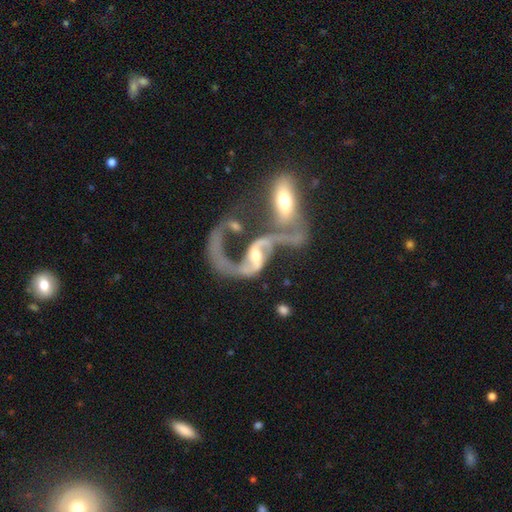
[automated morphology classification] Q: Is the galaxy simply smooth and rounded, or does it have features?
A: featured or disk — 87%.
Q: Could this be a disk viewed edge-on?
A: no — 94%.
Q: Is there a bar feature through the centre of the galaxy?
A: weak — 39%.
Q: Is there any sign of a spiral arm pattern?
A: yes — 91%.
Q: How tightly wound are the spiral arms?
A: loose — 82%.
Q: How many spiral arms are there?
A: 2 — 83%.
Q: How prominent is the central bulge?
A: moderate — 51%.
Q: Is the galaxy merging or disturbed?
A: merger — 54%.